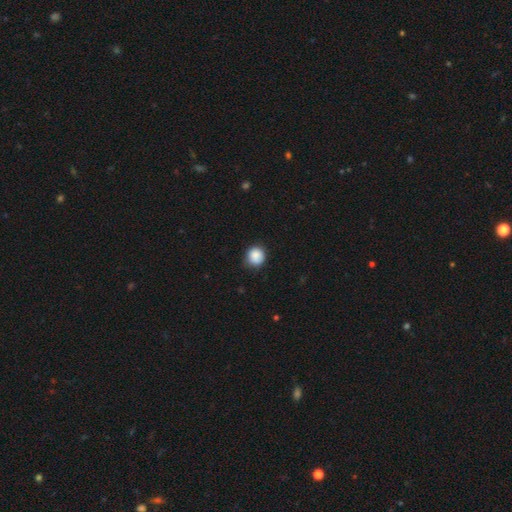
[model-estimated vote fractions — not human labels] smooth 87%, star or artifact 9%, featured or disk 4%. Down the decision tree: how rounded — round (89%); merging — none (79%).